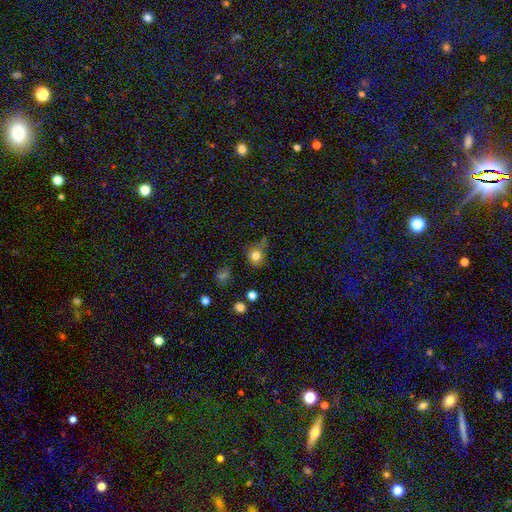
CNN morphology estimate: type=smooth (79%); roundness=round (85%); merging=none (65%).